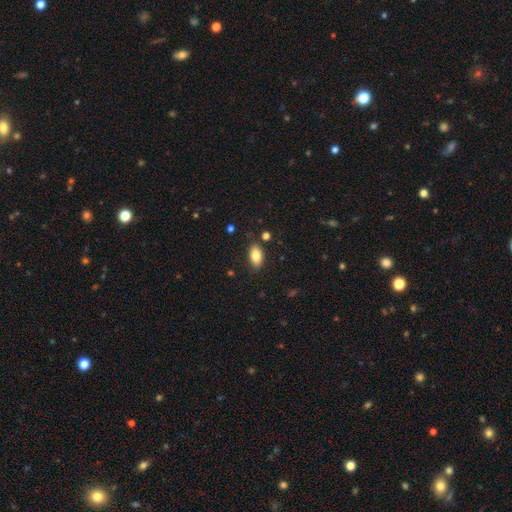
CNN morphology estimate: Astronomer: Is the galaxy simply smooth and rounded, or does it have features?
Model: smooth — 83%.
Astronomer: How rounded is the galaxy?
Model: in between — 92%.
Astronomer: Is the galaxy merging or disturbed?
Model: none — 85%.